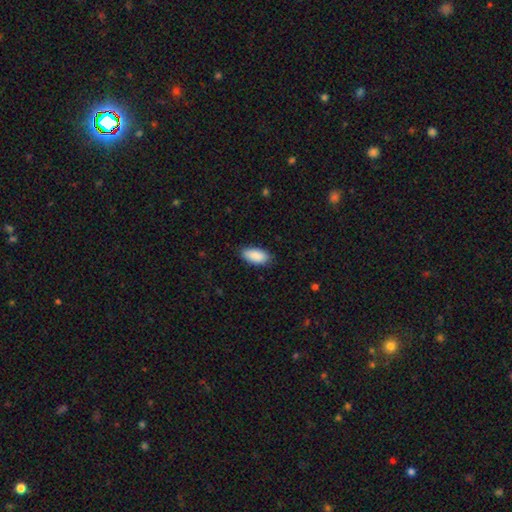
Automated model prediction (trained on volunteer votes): This is clearly a smooth galaxy (90%). How rounded: clearly in between (92%). Merging: clearly none (84%).